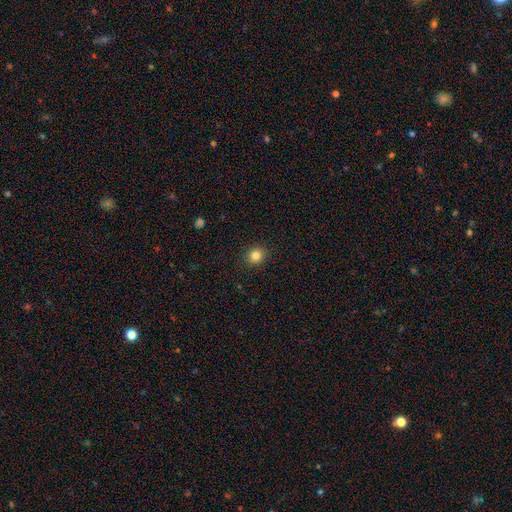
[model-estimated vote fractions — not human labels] A smooth galaxy with no disk features (83%) that is round (81%). Merging: none (91%).